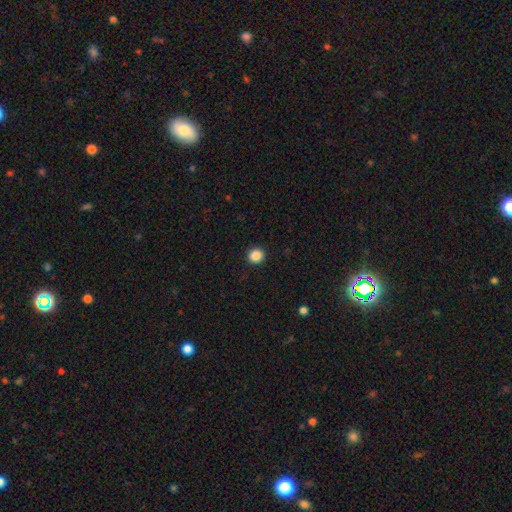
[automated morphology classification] Smooth or featured?
  - smooth: 87% *
  - star or artifact: 10%
  - featured or disk: 3%
How rounded?
  - round: 92% *
  - in between: 7%
  - cigar-shaped: 1%
Merging?
  - none: 93% *
  - minor disturbance: 4%
  - major disturbance: 2%
  - merger: 1%